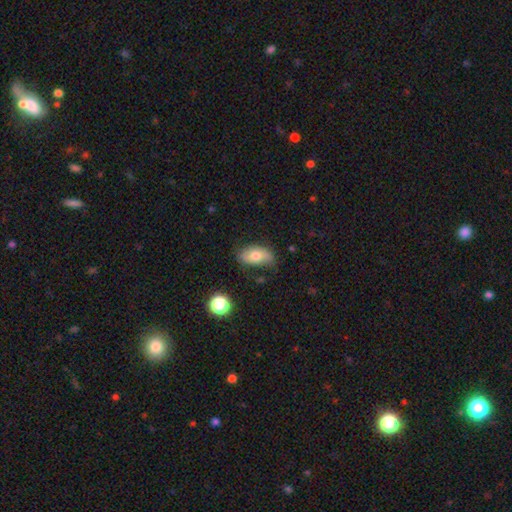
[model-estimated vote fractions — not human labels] smooth-or-featured: smooth: 68% | featured or disk: 23% | star or artifact: 8%
  how-rounded: in between: 90% | round: 6% | cigar-shaped: 4%
  merging: none: 67% | minor disturbance: 25% | major disturbance: 6% | merger: 2%